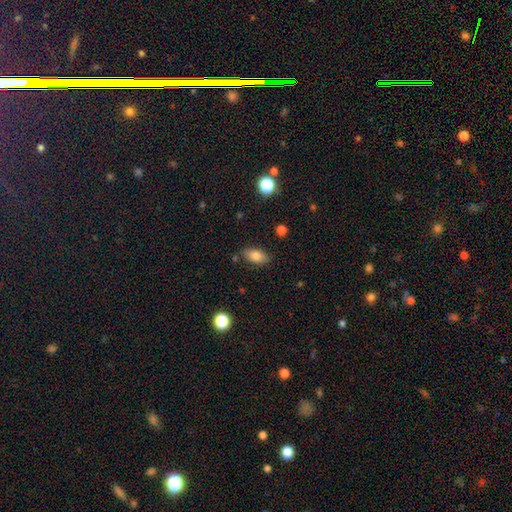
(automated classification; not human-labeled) Overall: smooth (81%). How rounded: in between (89%). Merging: none (81%).